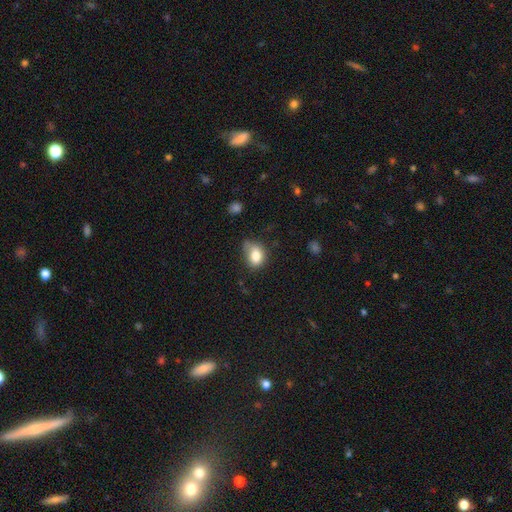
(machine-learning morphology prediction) Q: Smooth or featured?
A: smooth (81%); runner-up: featured or disk (10%)
Q: How rounded?
A: in between (62%); runner-up: round (36%)
Q: Merging?
A: none (48%); runner-up: minor disturbance (36%)